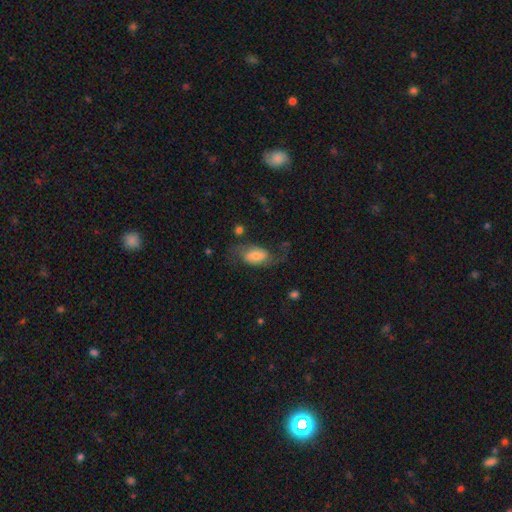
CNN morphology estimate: smooth_or_featured: featured or disk (p=0.52) [alt: smooth p=0.39]
disk_edge_on: no (p=0.95) [alt: yes p=0.05]
merging: none (p=0.54) [alt: major disturbance p=0.23]